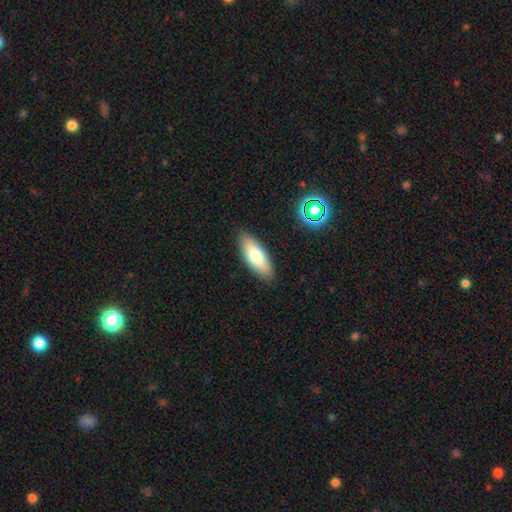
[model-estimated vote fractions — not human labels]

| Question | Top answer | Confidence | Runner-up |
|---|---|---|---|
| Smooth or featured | smooth | 70% | featured or disk (22%) |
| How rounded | in between | 75% | cigar-shaped (22%) |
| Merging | none | 88% | minor disturbance (9%) |